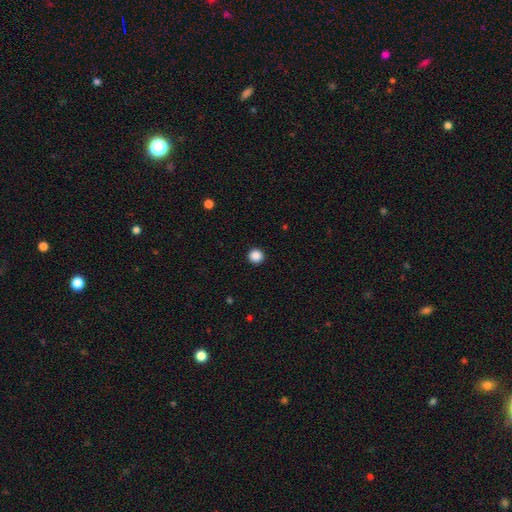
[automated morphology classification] Q: Smooth or featured?
A: smooth (88%); runner-up: star or artifact (10%)
Q: How rounded?
A: round (95%); runner-up: in between (4%)
Q: Merging?
A: none (93%); runner-up: minor disturbance (4%)